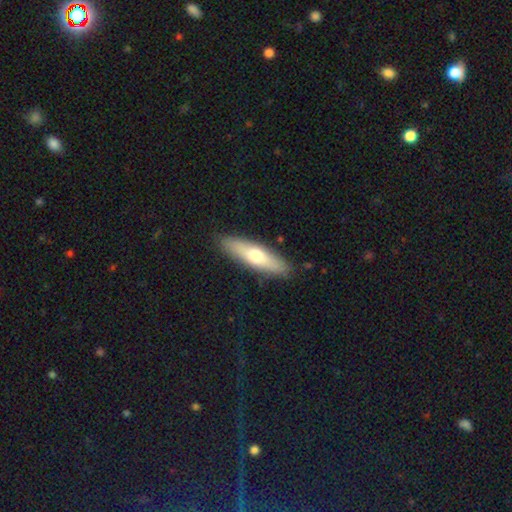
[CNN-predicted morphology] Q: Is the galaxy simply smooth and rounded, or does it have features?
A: smooth — 59%.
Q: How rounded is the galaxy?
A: cigar-shaped — 66%.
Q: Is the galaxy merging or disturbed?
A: none — 88%.